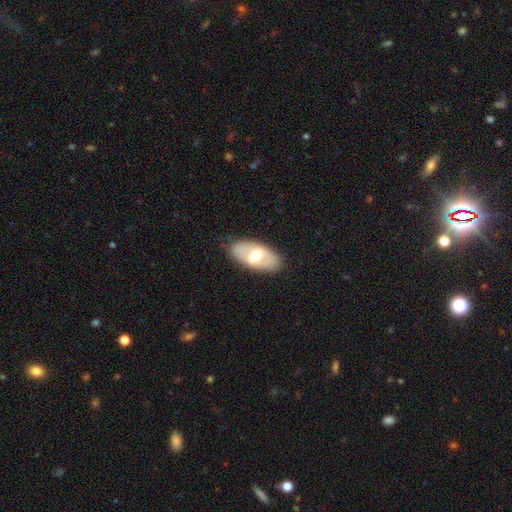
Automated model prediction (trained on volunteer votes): Q: Smooth or featured?
A: smooth (54%); runner-up: featured or disk (40%)
Q: How rounded?
A: in between (91%); runner-up: cigar-shaped (5%)
Q: Merging?
A: none (85%); runner-up: minor disturbance (11%)